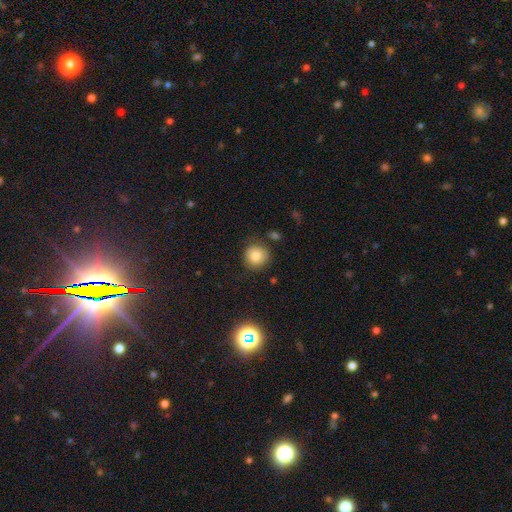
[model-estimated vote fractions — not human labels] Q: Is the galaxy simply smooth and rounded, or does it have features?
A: smooth — 81%.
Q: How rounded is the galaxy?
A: round — 91%.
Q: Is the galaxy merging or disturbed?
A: none — 81%.